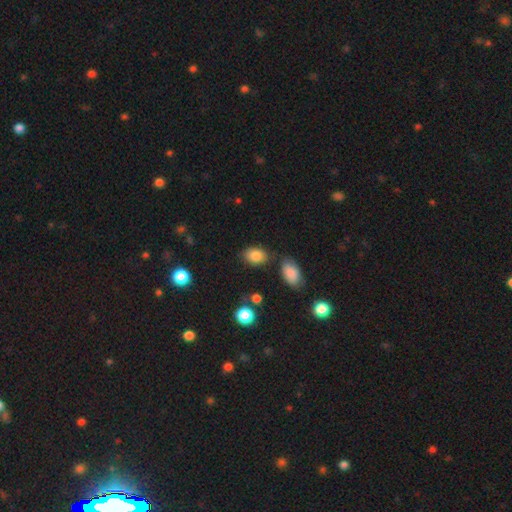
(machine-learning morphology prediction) smooth_or_featured: smooth (p=0.86) [alt: star or artifact p=0.08]
how_rounded: in between (p=0.83) [alt: round p=0.15]
merging: none (p=0.74) [alt: minor disturbance p=0.15]